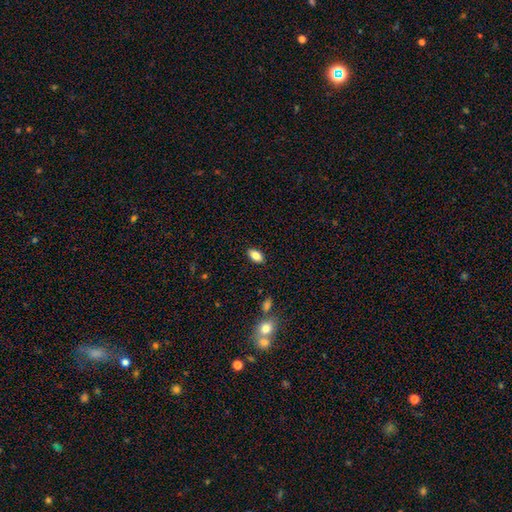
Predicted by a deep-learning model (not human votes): Smooth or featured? Predicted: smooth (p=0.83). How rounded? Predicted: in between (p=0.90). Merging? Predicted: none (p=0.88).